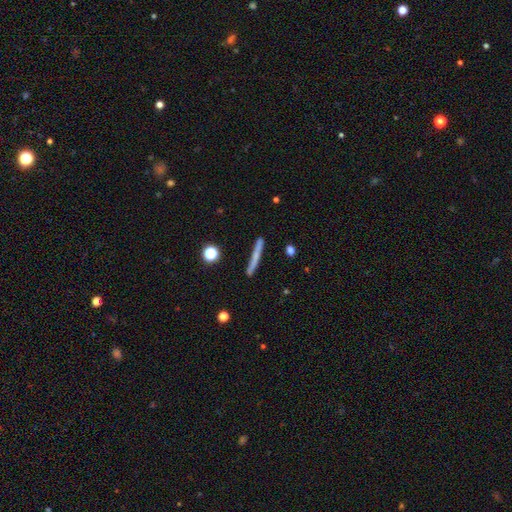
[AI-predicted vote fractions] Smooth or featured? Predicted: smooth (p=0.53). How rounded? Predicted: cigar-shaped (p=0.94). Merging? Predicted: none (p=0.84).